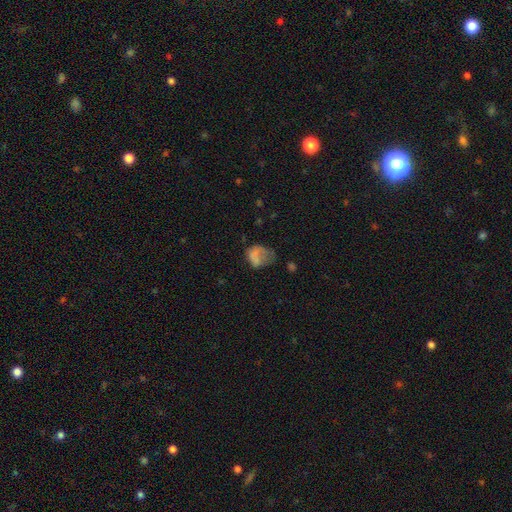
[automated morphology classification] This appears to be a smooth galaxy with no disk features (67%) that is in between round and cigar-shaped (63%). Merging: major disturbance (42%).